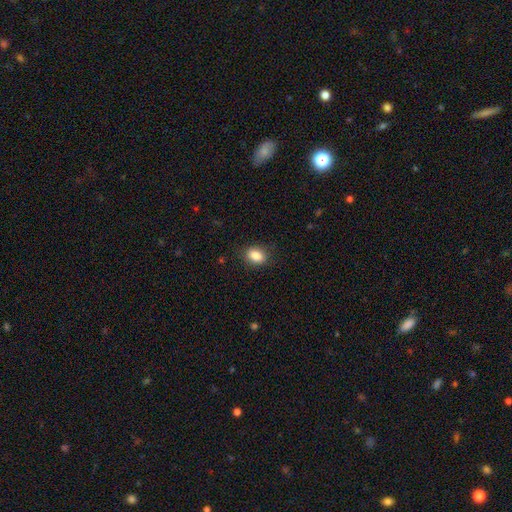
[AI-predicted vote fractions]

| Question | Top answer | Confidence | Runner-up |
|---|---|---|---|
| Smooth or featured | smooth | 85% | star or artifact (9%) |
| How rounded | in between | 72% | round (27%) |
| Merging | none | 85% | minor disturbance (12%) |